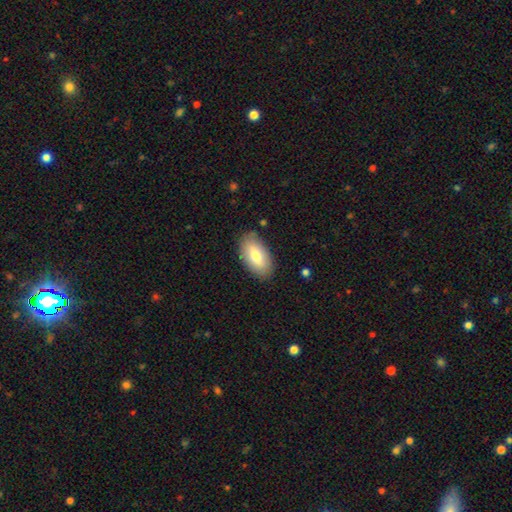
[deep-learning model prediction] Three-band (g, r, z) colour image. It shows a smooth galaxy with no disk features (76%) that is in between round and cigar-shaped (94%). Merging: none (85%).